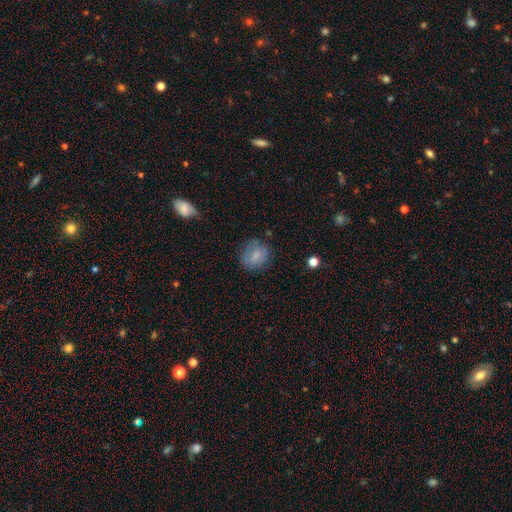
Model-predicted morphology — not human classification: Smooth or featured? smooth (77%)
How rounded? round (77%)
Merging? none (76%)